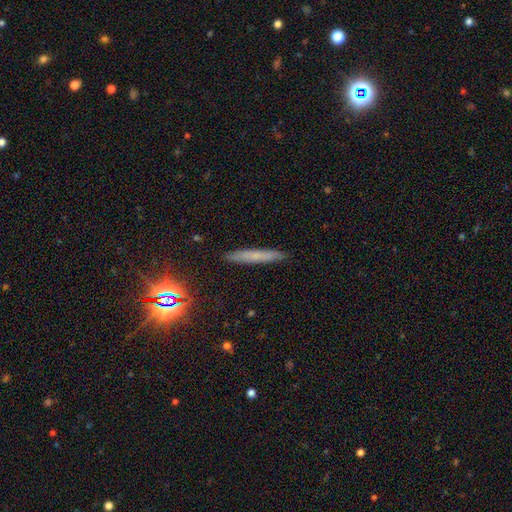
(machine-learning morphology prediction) A smooth galaxy with no disk features (60%) that is cigar-shaped (94%). Merging: none (89%).